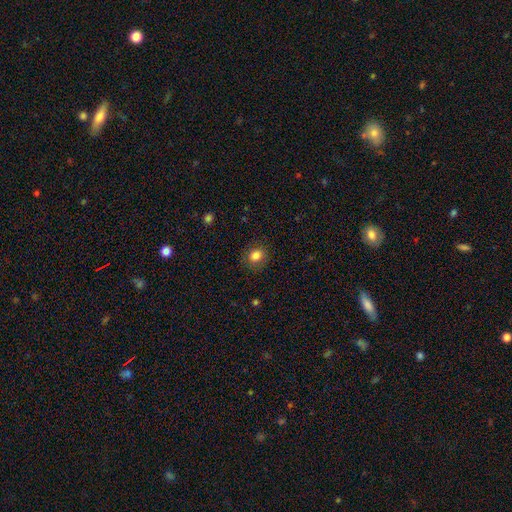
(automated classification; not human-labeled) Smooth or featured? Predicted: smooth (p=0.83). How rounded? Predicted: round (p=0.67). Merging? Predicted: none (p=0.85).